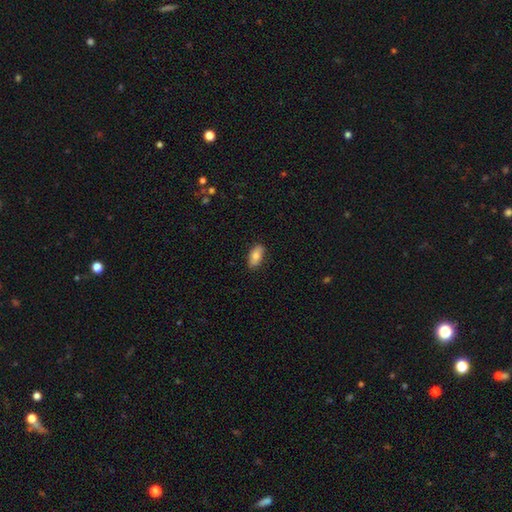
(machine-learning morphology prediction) smooth_or_featured: smooth (p=0.78) [alt: featured or disk p=0.16]
how_rounded: in between (p=0.90) [alt: cigar-shaped p=0.06]
merging: none (p=0.86) [alt: minor disturbance p=0.11]